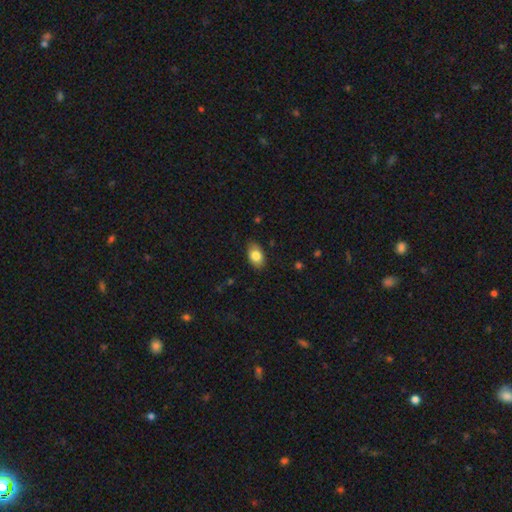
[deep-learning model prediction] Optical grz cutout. It shows a smooth galaxy with no disk features (82%) that is in between round and cigar-shaped (90%). Merging: none (85%).